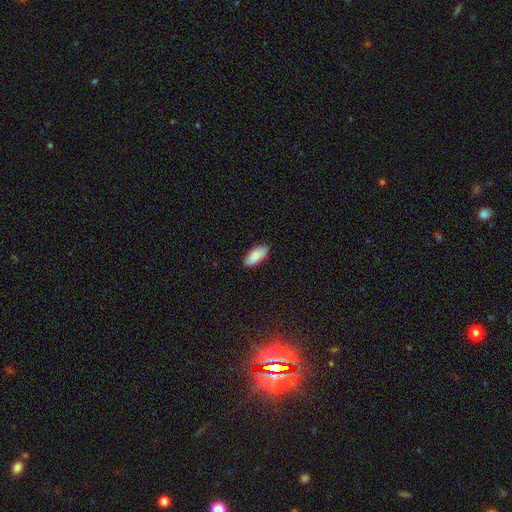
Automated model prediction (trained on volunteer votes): Morphology: type=smooth (89%); roundness=in between (88%); merging=none (88%).